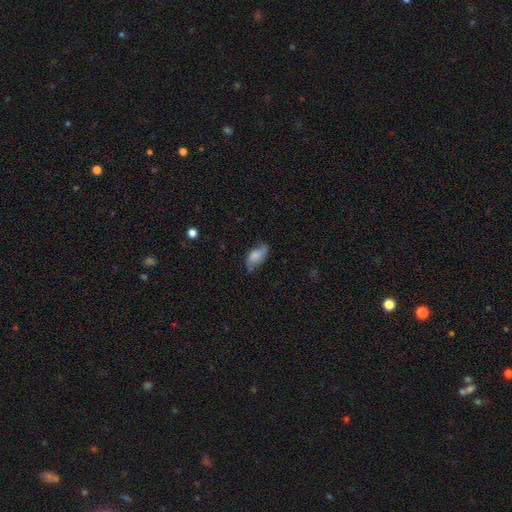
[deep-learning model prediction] Smooth or featured? Predicted: smooth (p=0.67). How rounded? Predicted: in between (p=0.90). Merging? Predicted: none (p=0.59).